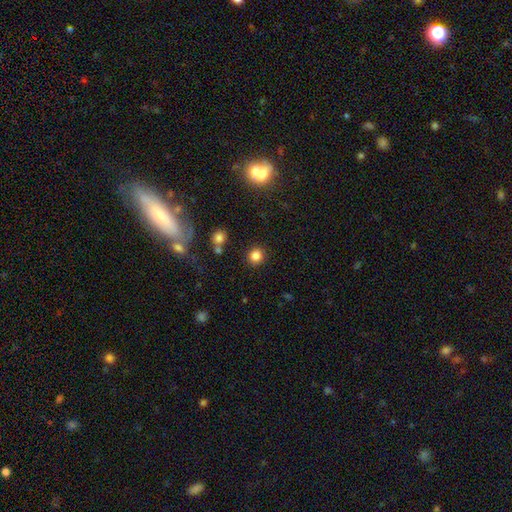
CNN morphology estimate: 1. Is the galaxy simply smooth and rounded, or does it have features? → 83% smooth, 12% star or artifact, 5% featured or disk.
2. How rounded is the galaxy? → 91% round, 8% in between, 1% cigar-shaped.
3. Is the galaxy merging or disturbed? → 89% none, 6% minor disturbance, 3% merger, 2% major disturbance.